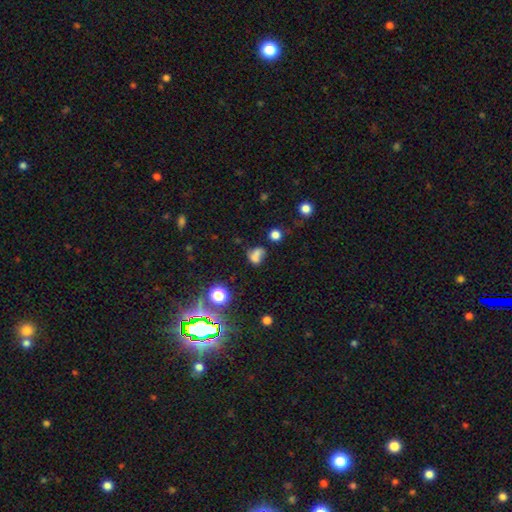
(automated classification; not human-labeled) Morphology: type=smooth (64%); roundness=in between (56%); merging=merger (40%).